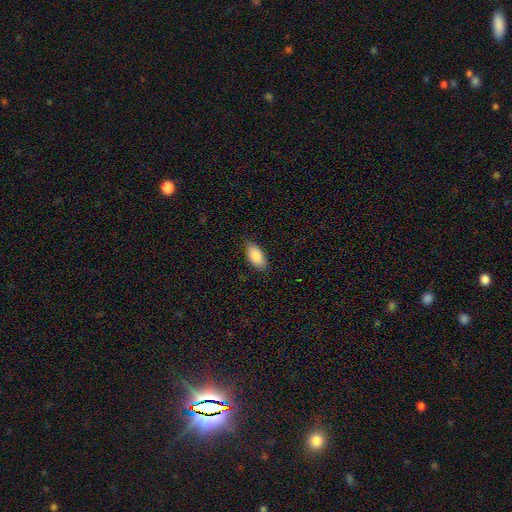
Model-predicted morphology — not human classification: type=smooth (88%); roundness=in between (92%); merging=none (81%).